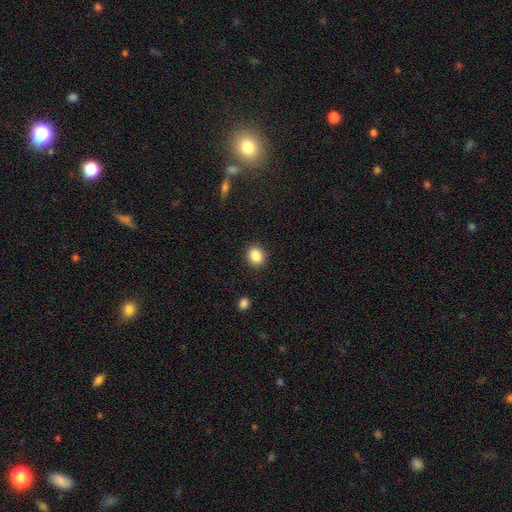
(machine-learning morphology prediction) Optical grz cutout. It shows a smooth galaxy with no disk features (87%) that is round (63%). Merging: none (89%).